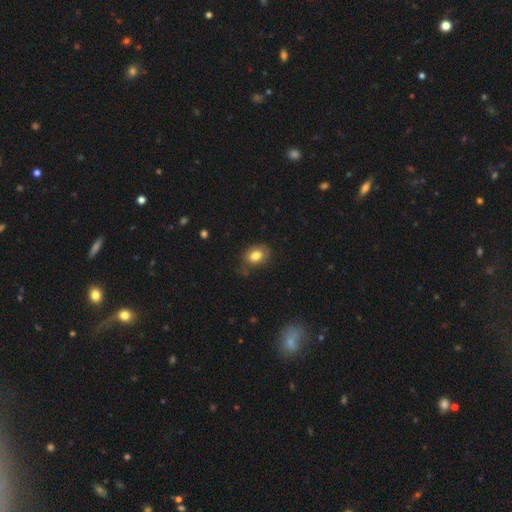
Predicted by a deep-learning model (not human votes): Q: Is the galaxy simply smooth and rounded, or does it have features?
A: smooth — 81%.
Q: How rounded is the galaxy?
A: in between — 69%.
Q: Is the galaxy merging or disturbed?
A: none — 71%.